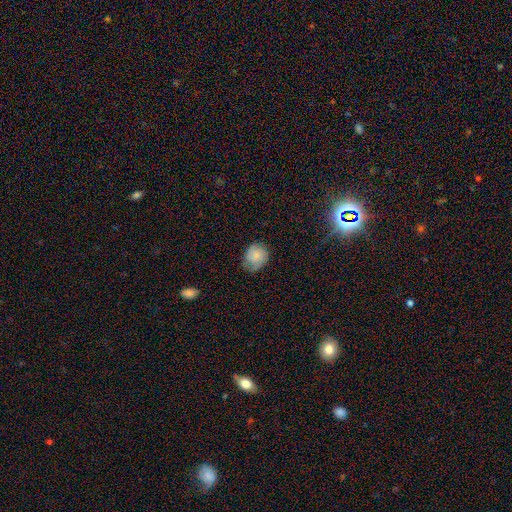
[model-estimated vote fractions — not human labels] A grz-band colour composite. It shows a smooth galaxy with no disk features (74%) that is round (66%). Merging: none (61%).